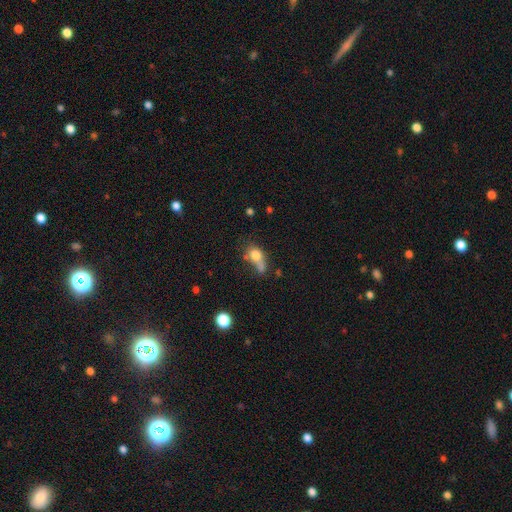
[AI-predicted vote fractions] smooth_or_featured: smooth (p=0.72) [alt: featured or disk p=0.17]
how_rounded: in between (p=0.56) [alt: round p=0.37]
merging: merger (p=0.32) [alt: none p=0.28]